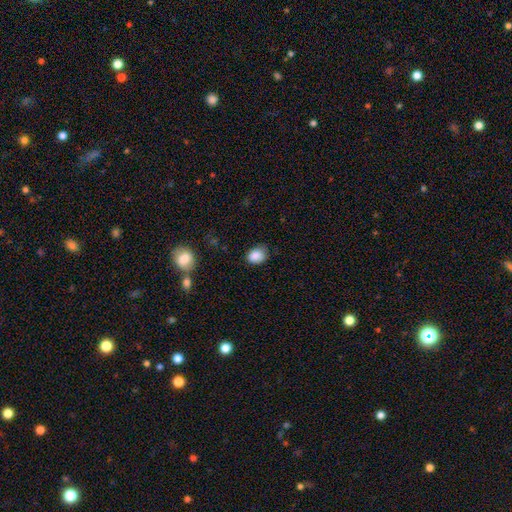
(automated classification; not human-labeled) This appears to be a smooth galaxy with no disk features (87%) that is in between round and cigar-shaped (56%). Merging: none (69%).